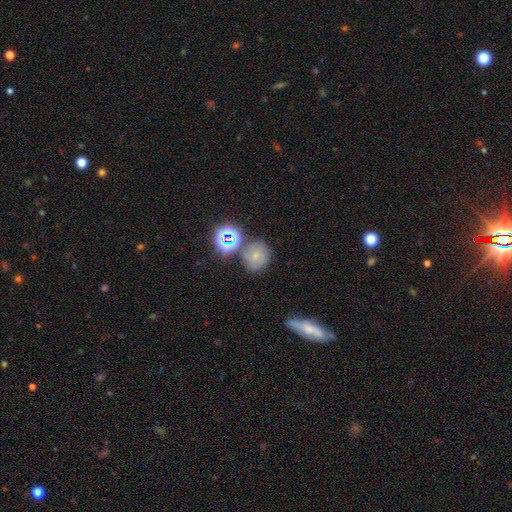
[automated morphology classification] Smooth or featured?
  - smooth: 43% *
  - featured or disk: 36%
  - star or artifact: 22%
Merging?
  - none: 64% *
  - minor disturbance: 16%
  - merger: 14%
  - major disturbance: 6%